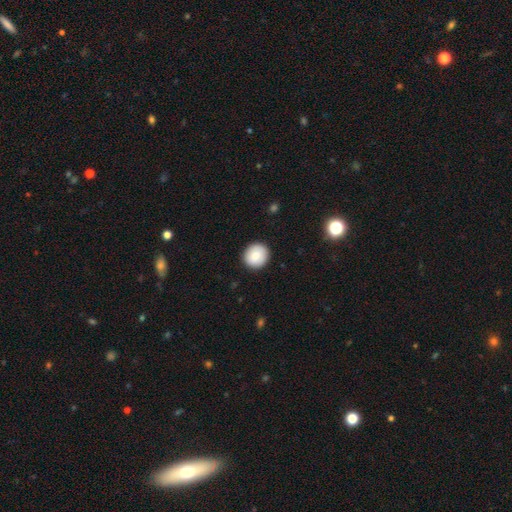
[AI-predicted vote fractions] Morphology: type=smooth (83%); roundness=round (90%); merging=none (90%).